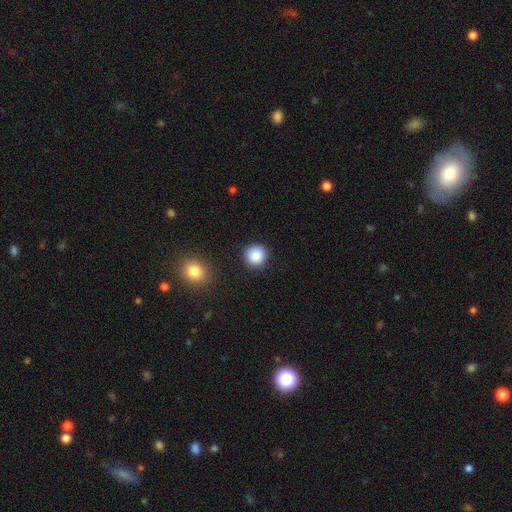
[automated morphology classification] Overall: smooth (87%). How rounded: round (93%). Merging: none (89%).